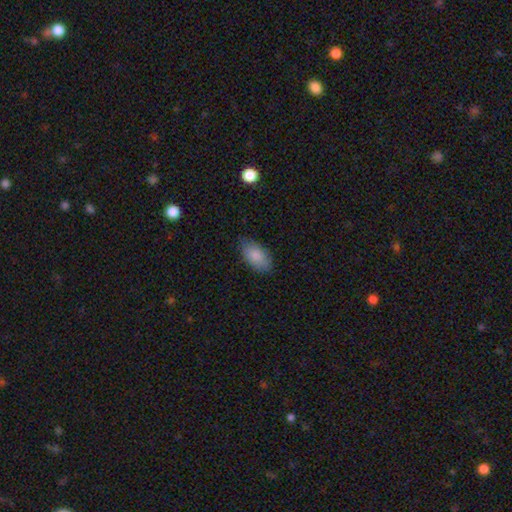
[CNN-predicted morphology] smooth 87%, featured or disk 7%, star or artifact 6%. Down the decision tree: how rounded — in between (94%); merging — none (80%).